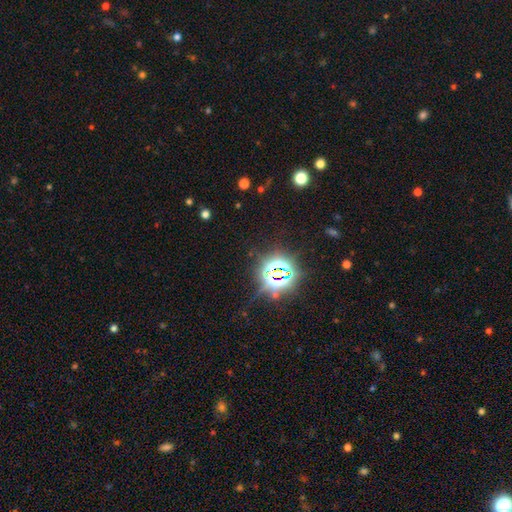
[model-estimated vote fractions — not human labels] Overall: star or artifact (82%).